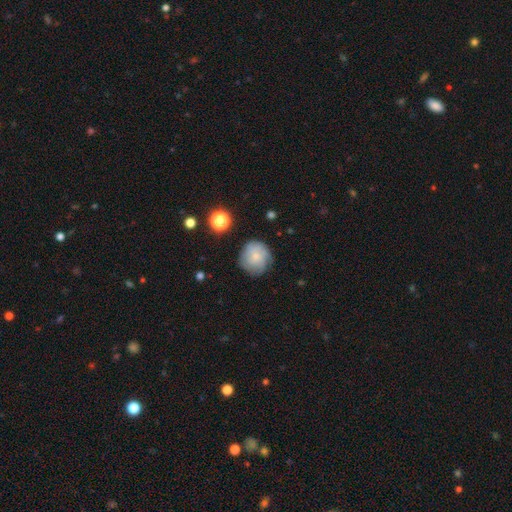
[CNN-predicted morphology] smooth 60%, featured or disk 30%, star or artifact 10%. Down the decision tree: how rounded — round (90%); merging — none (72%).